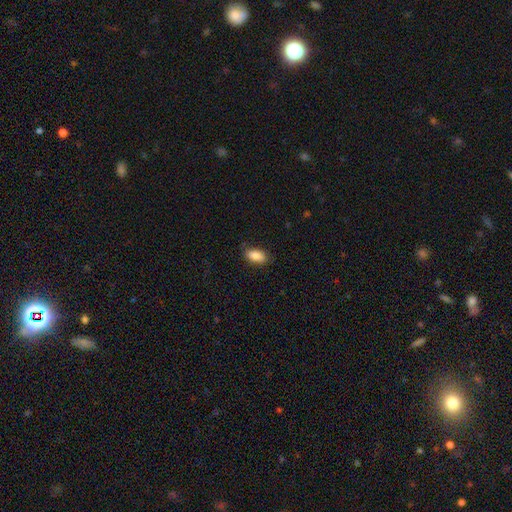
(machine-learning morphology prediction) A smooth galaxy with no disk features (87%) that is in between round and cigar-shaped (90%). Merging: none (79%).